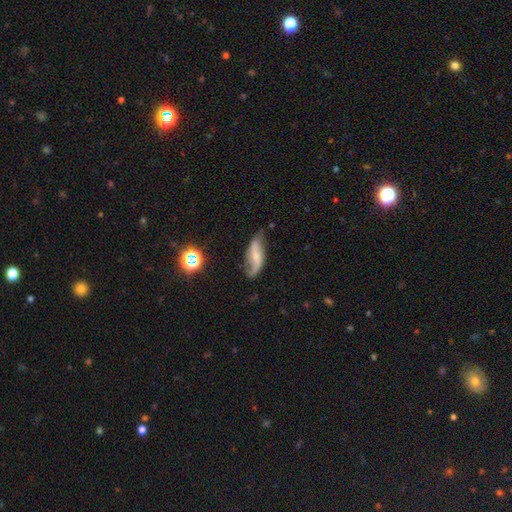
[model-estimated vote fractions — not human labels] Overall: featured or disk (66%). Edge-on disk: no (89%). Bar: no (45%; weak 34%). Spiral arms: yes (89%). Spiral arm count: 2 (86%). Spiral winding: loose (76%). Bulge size: small (62%; moderate 23%). Merging: none (60%; minor disturbance 27%).